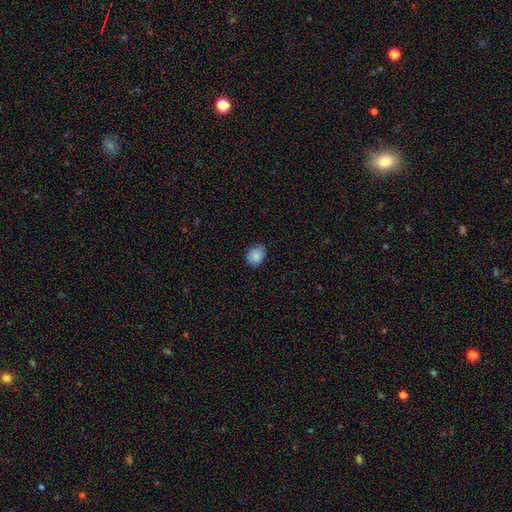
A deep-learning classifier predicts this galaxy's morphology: smooth 88%, star or artifact 8%, featured or disk 4%. Down the decision tree: how rounded — in between (57%); merging — none (83%).